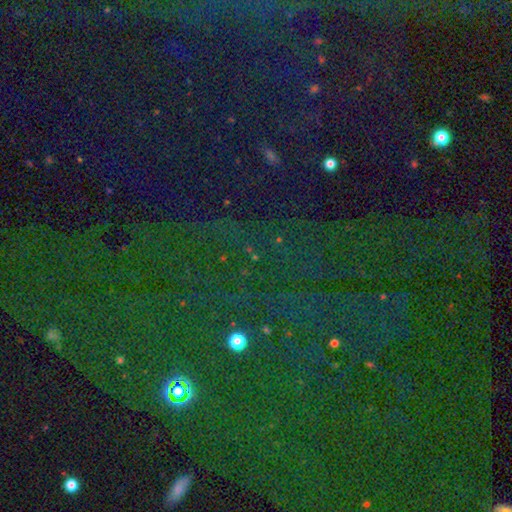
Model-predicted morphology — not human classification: Overall: star or artifact (82%).